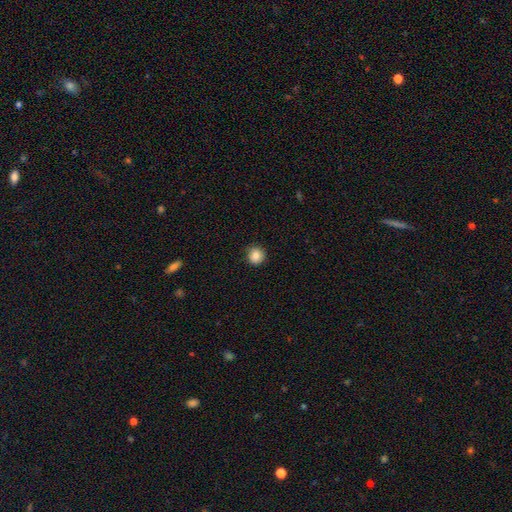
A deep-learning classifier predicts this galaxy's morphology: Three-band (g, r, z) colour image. It shows a smooth galaxy with no disk features (86%) that is round (91%). Merging: none (89%).